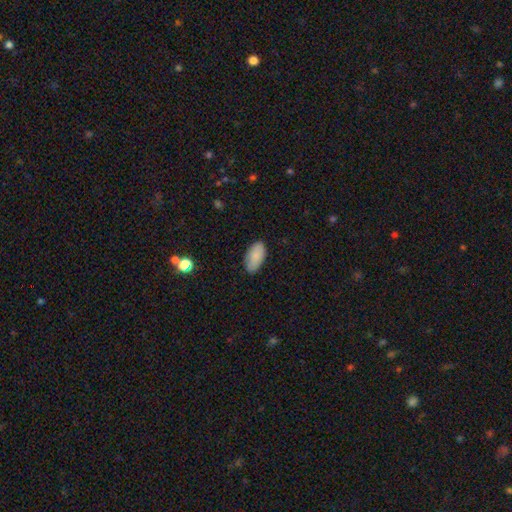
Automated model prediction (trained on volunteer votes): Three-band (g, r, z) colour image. It shows a smooth galaxy with no disk features (86%) that is in between round and cigar-shaped (94%). Merging: none (84%).